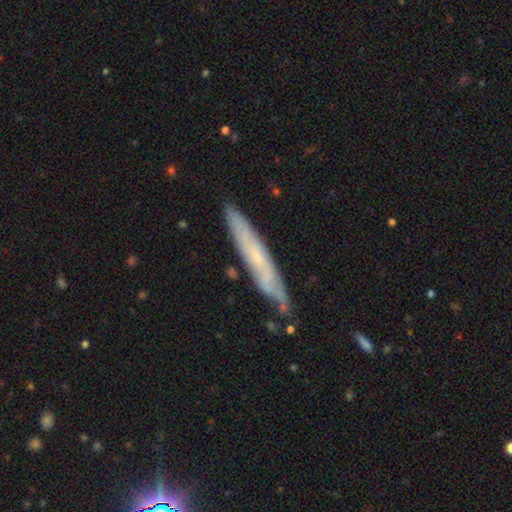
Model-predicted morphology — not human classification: Q: Smooth or featured?
A: featured or disk (58%); runner-up: smooth (35%)
Q: Edge-on disk?
A: yes (66%); runner-up: no (34%)
Q: Merging?
A: none (77%); runner-up: minor disturbance (18%)